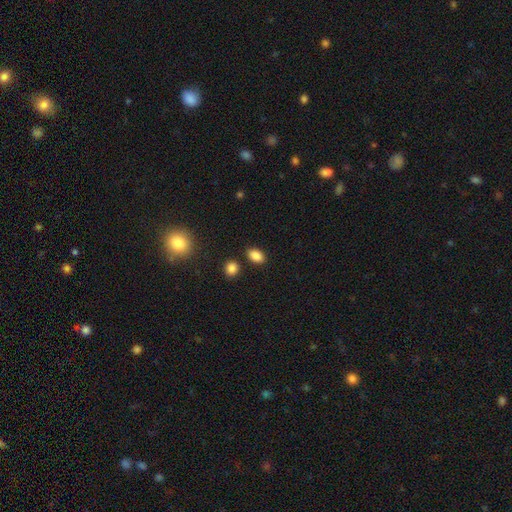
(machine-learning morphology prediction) Smooth or featured? smooth (86%)
How rounded? in between (84%)
Merging? none (82%)